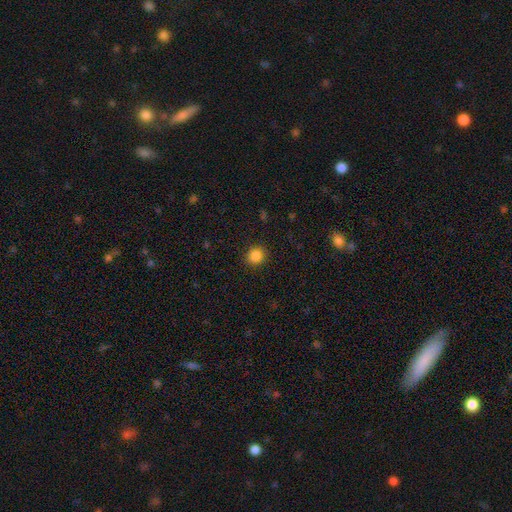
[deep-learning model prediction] smooth-or-featured: smooth: 85% | star or artifact: 11% | featured or disk: 4%
  how-rounded: round: 88% | in between: 11% | cigar-shaped: 1%
  merging: none: 90% | minor disturbance: 6% | major disturbance: 2% | merger: 1%